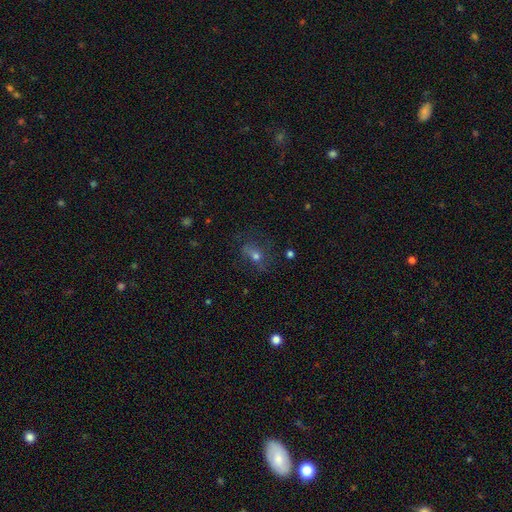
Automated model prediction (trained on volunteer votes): This is possibly a smooth galaxy (48%). Merging: likely none (61%).